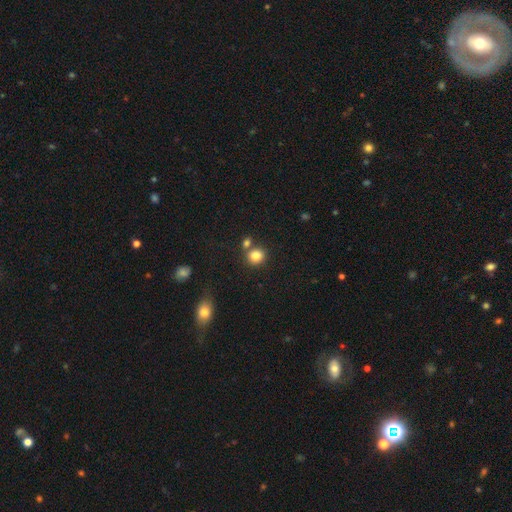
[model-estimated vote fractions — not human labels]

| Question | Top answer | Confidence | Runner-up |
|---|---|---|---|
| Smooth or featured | smooth | 83% | star or artifact (11%) |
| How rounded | round | 80% | in between (19%) |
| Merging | none | 67% | merger (21%) |